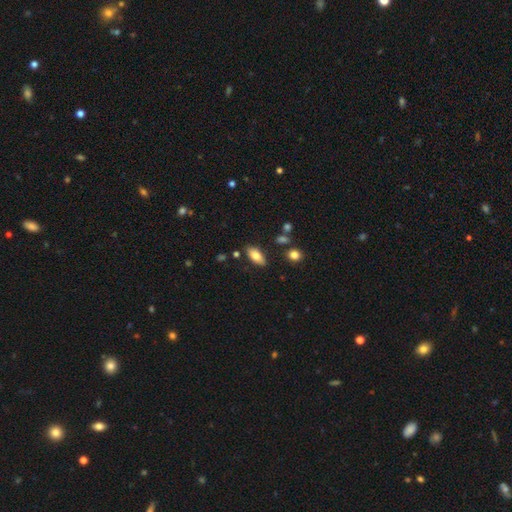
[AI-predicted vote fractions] Smooth or featured? Predicted: smooth (p=0.79). How rounded? Predicted: in between (p=0.89). Merging? Predicted: none (p=0.83).